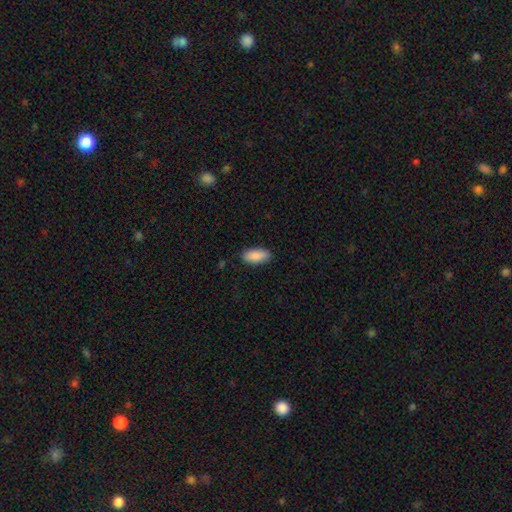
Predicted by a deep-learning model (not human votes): Smooth or featured: smooth — 89% (star or artifact — 6%)
How rounded: in between — 88% (cigar-shaped — 10%)
Merging: none — 87% (minor disturbance — 10%)